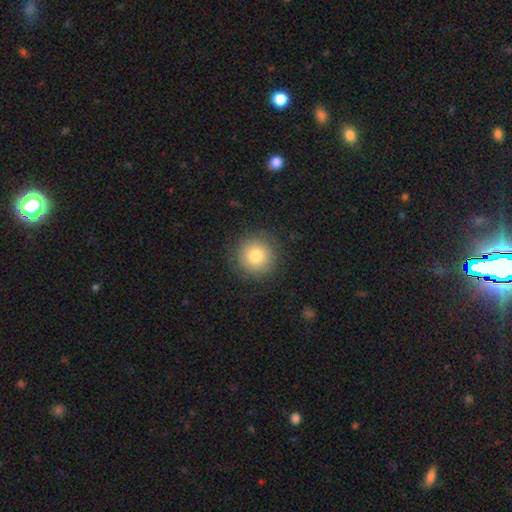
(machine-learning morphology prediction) Smooth or featured?
  - smooth: 79% *
  - featured or disk: 11%
  - star or artifact: 10%
How rounded?
  - round: 95% *
  - in between: 4%
  - cigar-shaped: 1%
Merging?
  - none: 87% *
  - minor disturbance: 8%
  - major disturbance: 3%
  - merger: 1%